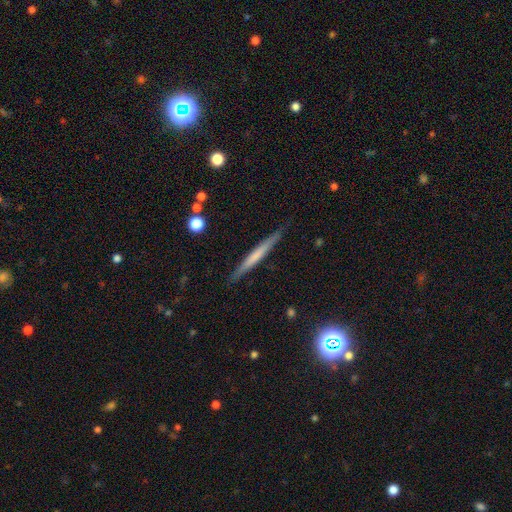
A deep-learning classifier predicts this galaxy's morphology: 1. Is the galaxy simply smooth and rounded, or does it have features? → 49% smooth, 45% featured or disk, 6% star or artifact.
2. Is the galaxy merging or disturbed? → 89% none, 8% minor disturbance, 2% major disturbance, 1% merger.